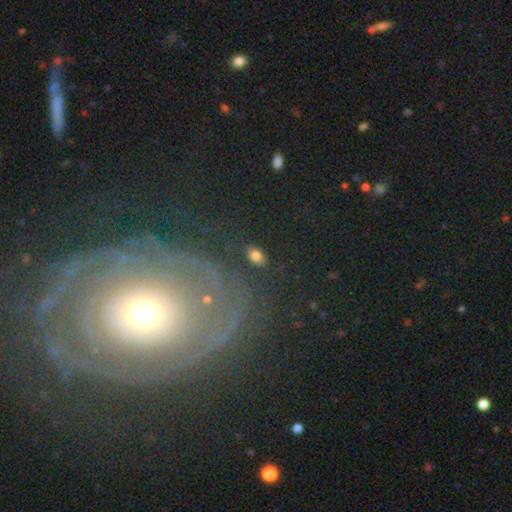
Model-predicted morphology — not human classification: smooth 77%, star or artifact 12%, featured or disk 11%. Down the decision tree: how rounded — in between (90%); merging — none (86%).